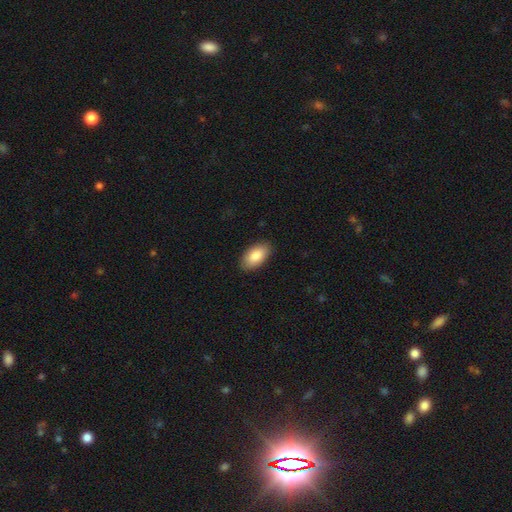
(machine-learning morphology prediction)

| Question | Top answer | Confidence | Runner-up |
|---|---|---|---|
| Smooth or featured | smooth | 86% | featured or disk (8%) |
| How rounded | in between | 95% | round (3%) |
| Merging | none | 88% | minor disturbance (9%) |